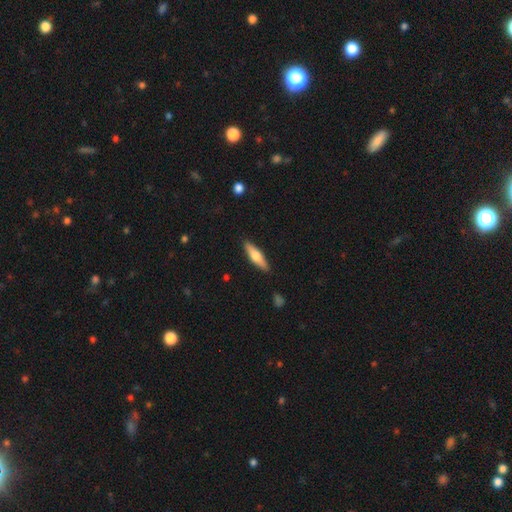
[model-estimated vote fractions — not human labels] Smooth or featured?
  - smooth: 49% *
  - featured or disk: 45%
  - star or artifact: 5%
Merging?
  - none: 89% *
  - minor disturbance: 8%
  - major disturbance: 2%
  - merger: 1%